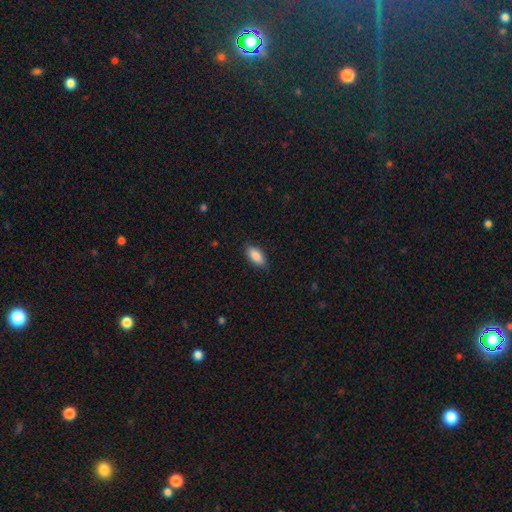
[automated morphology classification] Smooth or featured? smooth (87%)
How rounded? in between (89%)
Merging? none (85%)